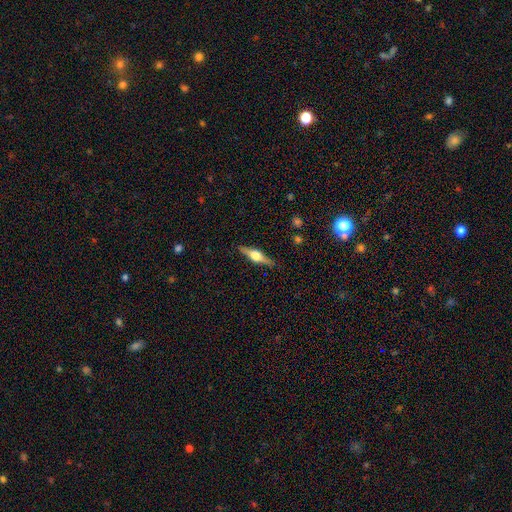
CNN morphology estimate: A featured or disk galaxy (70%) viewed edge-on (97%) with a rounded central bulge (93%). Merging: none (89%).